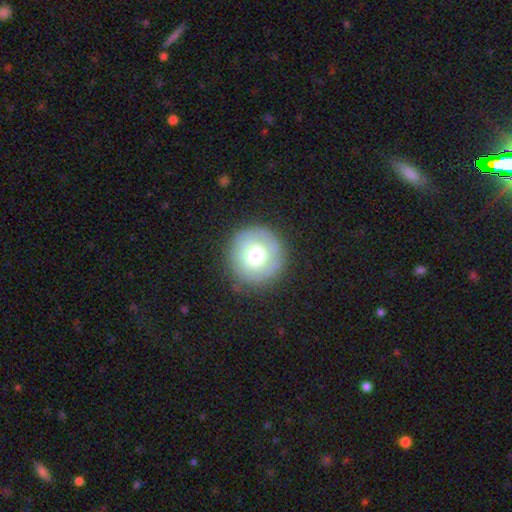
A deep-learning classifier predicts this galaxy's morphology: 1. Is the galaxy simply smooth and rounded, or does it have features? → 66% smooth, 24% featured or disk, 9% star or artifact.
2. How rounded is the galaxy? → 95% round, 4% in between, 1% cigar-shaped.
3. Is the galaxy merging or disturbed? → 82% none, 11% minor disturbance, 5% major disturbance, 1% merger.